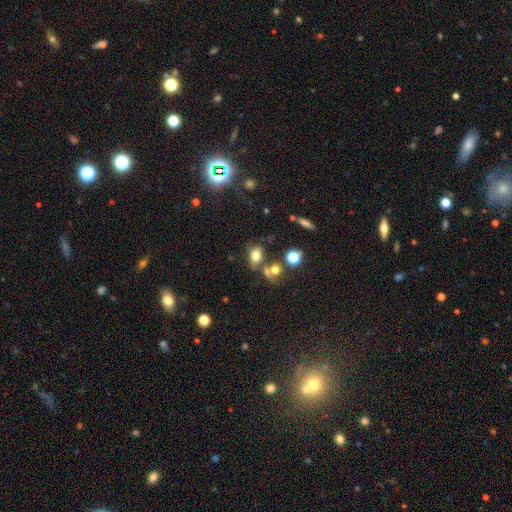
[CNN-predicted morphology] A smooth galaxy with no disk features (72%) that is in between round and cigar-shaped (75%).

Vote fractions:
- Smooth or featured? smooth: 72% / star or artifact: 15% / featured or disk: 14%
- How rounded? in between: 75% / round: 22% / cigar-shaped: 3%
- Merging? none: 55% / merger: 22% / minor disturbance: 16% / major disturbance: 7%